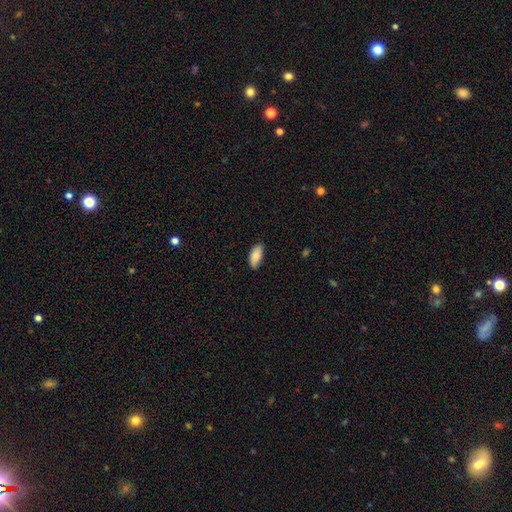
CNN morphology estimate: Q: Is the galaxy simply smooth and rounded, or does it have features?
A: smooth — 84%.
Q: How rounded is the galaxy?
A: in between — 91%.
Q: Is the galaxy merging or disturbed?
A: none — 81%.